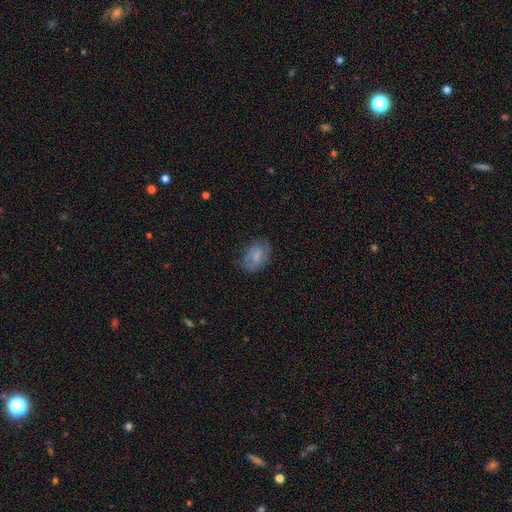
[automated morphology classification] A smooth galaxy with no disk features (58%) that is in between round and cigar-shaped (80%). Merging: none (67%).